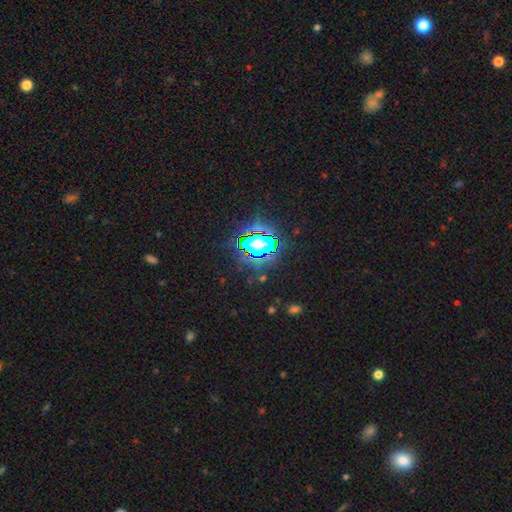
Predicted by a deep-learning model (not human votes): Smooth or featured?
  - star or artifact: 80% *
  - smooth: 12%
  - featured or disk: 8%